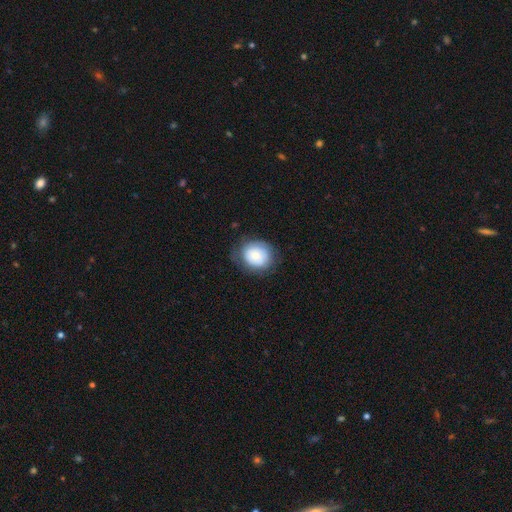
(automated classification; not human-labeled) Smooth or featured? Predicted: smooth (p=0.72). How rounded? Predicted: round (p=0.73). Merging? Predicted: none (p=0.73).